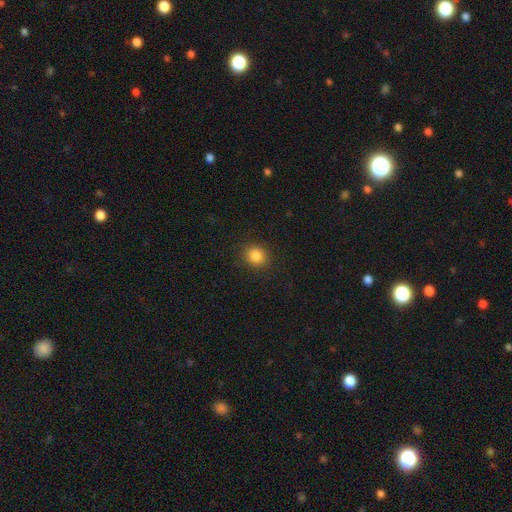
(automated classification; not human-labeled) Smooth or featured?
  - smooth: 85% *
  - star or artifact: 11%
  - featured or disk: 4%
How rounded?
  - round: 87% *
  - in between: 12%
  - cigar-shaped: 1%
Merging?
  - none: 89% *
  - minor disturbance: 7%
  - major disturbance: 3%
  - merger: 1%